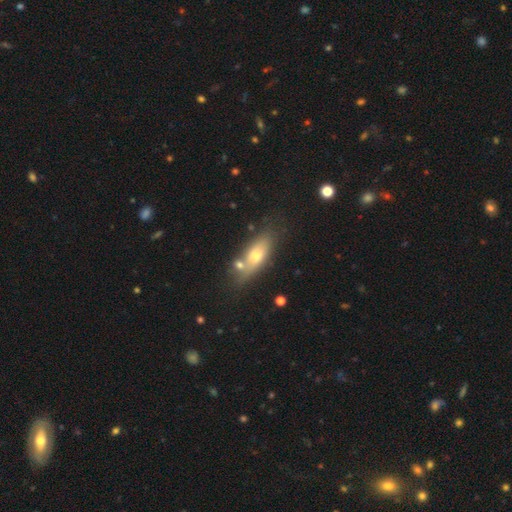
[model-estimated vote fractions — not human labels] Overall: smooth (60%; featured or disk 31%). How rounded: in between (68%). Merging: none (62%).